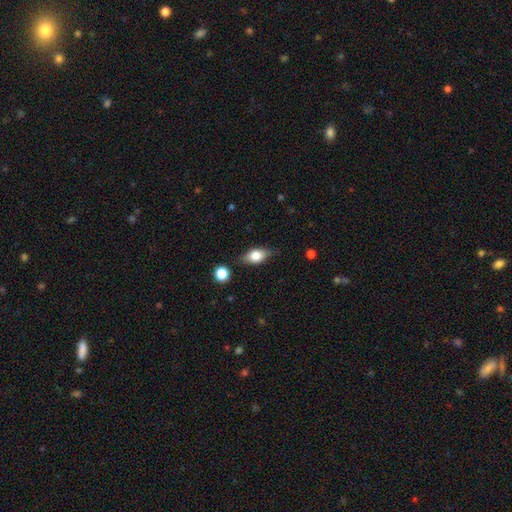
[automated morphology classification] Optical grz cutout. It shows a smooth galaxy with no disk features (70%) that is in between round and cigar-shaped (82%). Merging: none (78%).